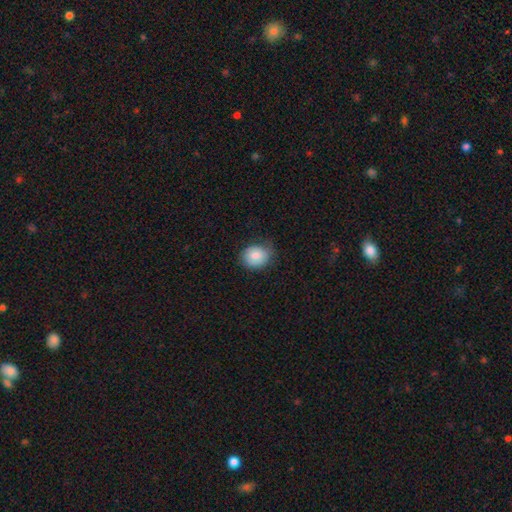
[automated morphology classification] Smooth or featured?
  - smooth: 83% *
  - featured or disk: 9%
  - star or artifact: 7%
How rounded?
  - round: 61% *
  - in between: 39%
  - cigar-shaped: 1%
Merging?
  - none: 63% *
  - minor disturbance: 29%
  - major disturbance: 7%
  - merger: 1%